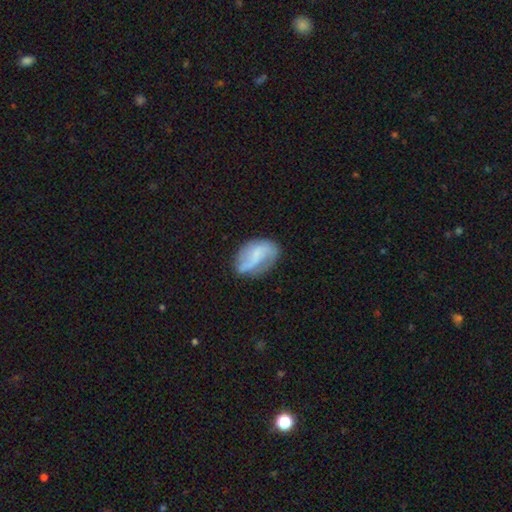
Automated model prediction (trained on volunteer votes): This appears to be a featured or disk galaxy (53%) with no bar (46%), spiral arms (78%) and a small central bulge (40%, tied with none). Merging: none (53%).